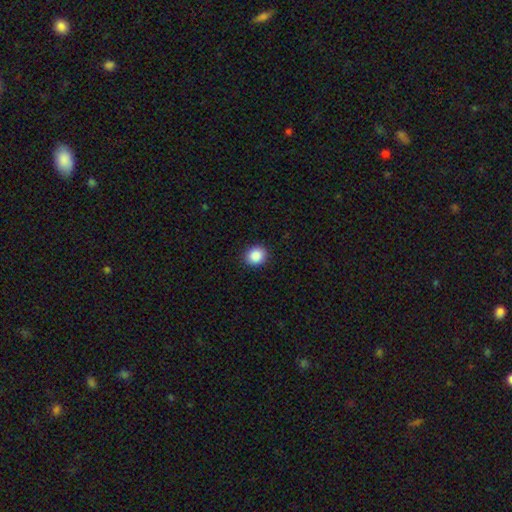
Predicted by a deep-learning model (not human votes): This appears to be a smooth galaxy with no disk features (87%) that is round (80%). Merging: none (91%).